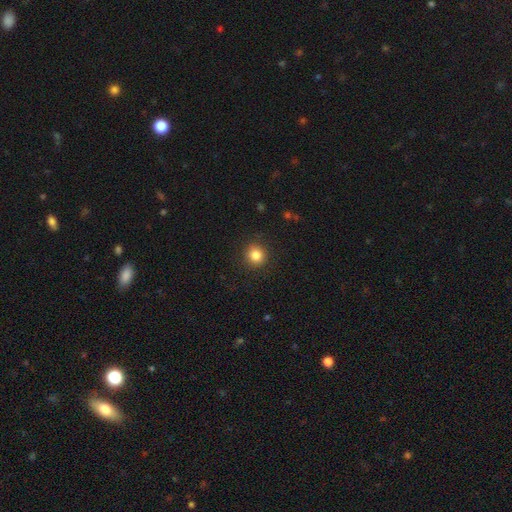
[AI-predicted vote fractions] A smooth galaxy with no disk features (84%) that is round (90%).

Vote fractions:
- Smooth or featured? smooth: 84% / star or artifact: 11% / featured or disk: 5%
- How rounded? round: 90% / in between: 9% / cigar-shaped: 1%
- Merging? none: 89% / minor disturbance: 7% / major disturbance: 2% / merger: 1%